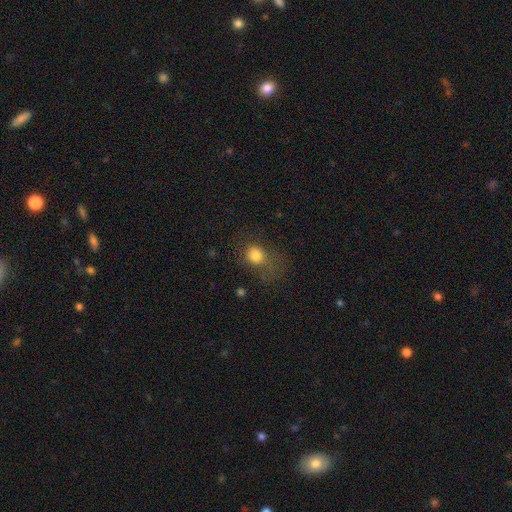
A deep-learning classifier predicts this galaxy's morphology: smooth_or_featured: smooth (p=0.78) [alt: star or artifact p=0.12]
how_rounded: round (p=0.59) [alt: in between p=0.40]
merging: none (p=0.45) [alt: major disturbance p=0.27]